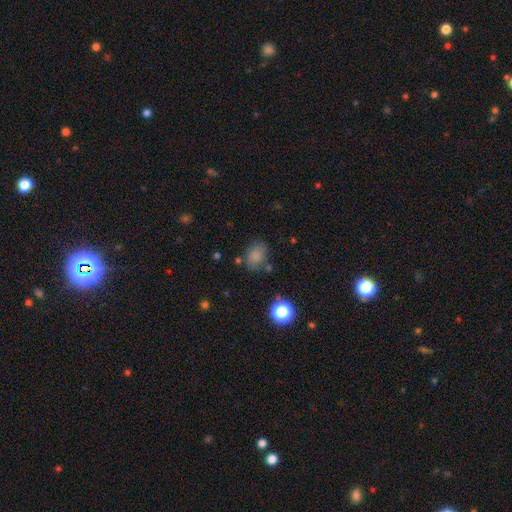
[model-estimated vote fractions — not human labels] This is clearly a smooth galaxy (80%). How rounded: likely in between (62%). Merging: likely none (72%).